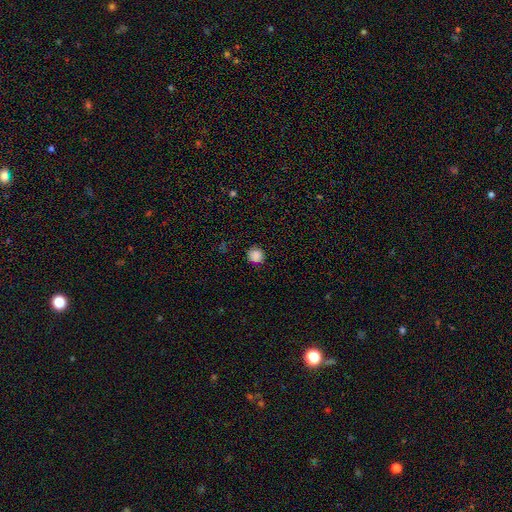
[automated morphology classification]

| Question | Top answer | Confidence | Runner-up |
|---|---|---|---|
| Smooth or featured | smooth | 85% | star or artifact (11%) |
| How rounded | round | 88% | in between (11%) |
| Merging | none | 85% | minor disturbance (11%) |